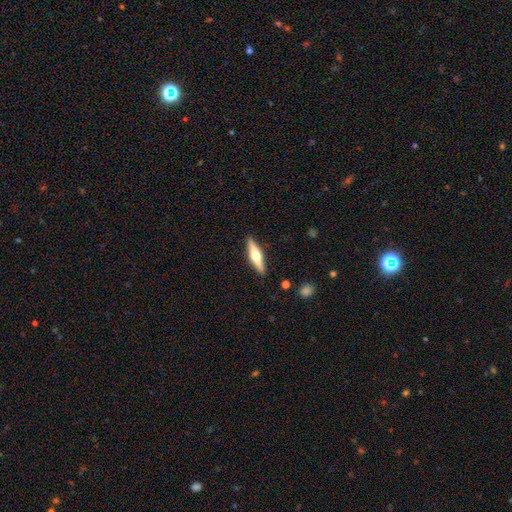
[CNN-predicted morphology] Smooth or featured? featured or disk (60%)
Edge-on disk? yes (96%)
Edge-on bulge? rounded (94%)
Merging? none (90%)